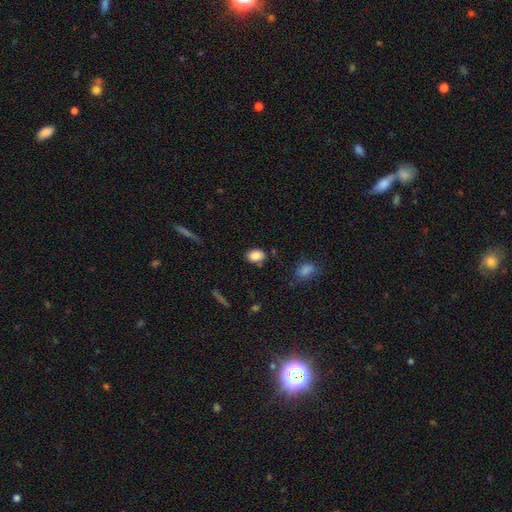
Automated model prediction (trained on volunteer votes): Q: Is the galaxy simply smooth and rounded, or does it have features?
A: smooth — 87%.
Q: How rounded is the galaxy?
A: in between — 78%.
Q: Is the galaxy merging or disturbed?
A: none — 78%.